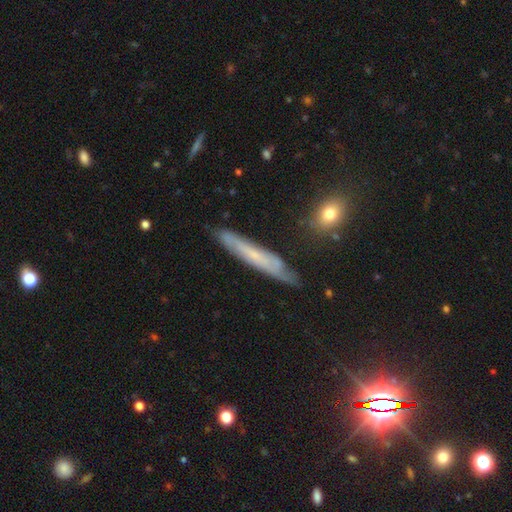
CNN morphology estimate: type=featured or disk (55%); edge-on=yes (69%); merging=none (78%).